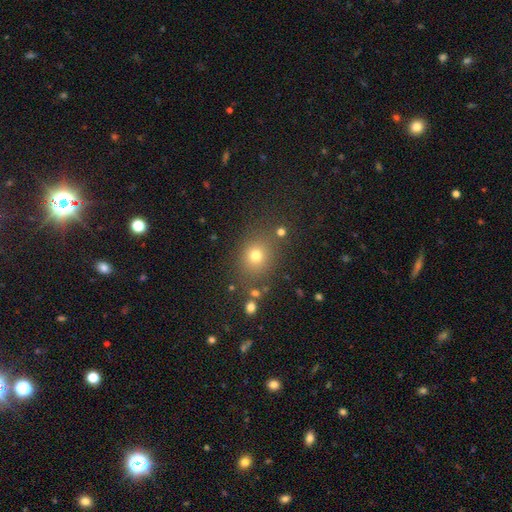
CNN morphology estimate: Overall: smooth (73%). How rounded: round (69%; in between 30%). Merging: none (77%).